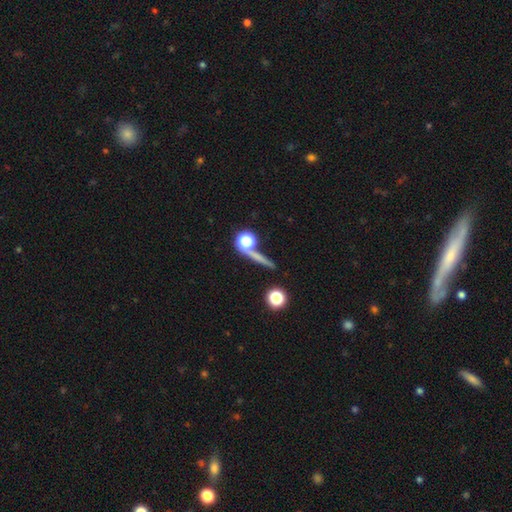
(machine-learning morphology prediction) smooth 51%, featured or disk 27%, star or artifact 22%. Down the decision tree: how rounded — cigar-shaped (51%); merging — none (68%).